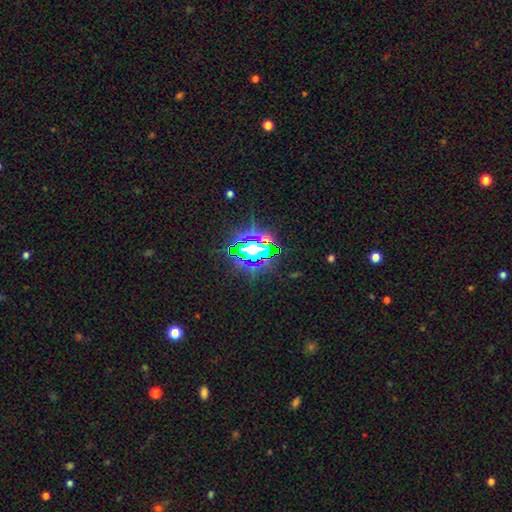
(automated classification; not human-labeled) The model was most divided on "smooth or featured": star or artifact: 70%, smooth: 17%, featured or disk: 13%.